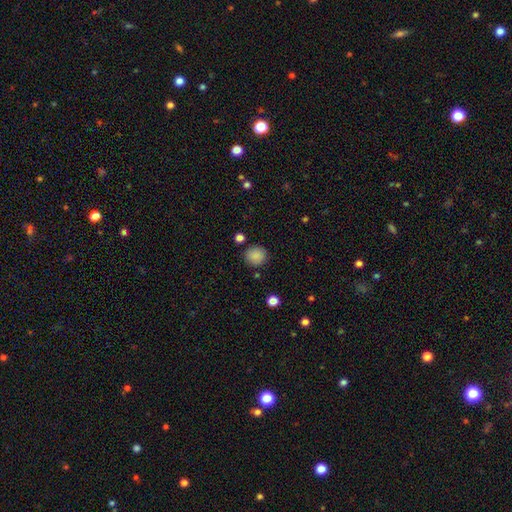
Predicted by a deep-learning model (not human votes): Smooth or featured: smooth — 87% (star or artifact — 10%)
How rounded: round — 88% (in between — 11%)
Merging: none — 85% (minor disturbance — 9%)